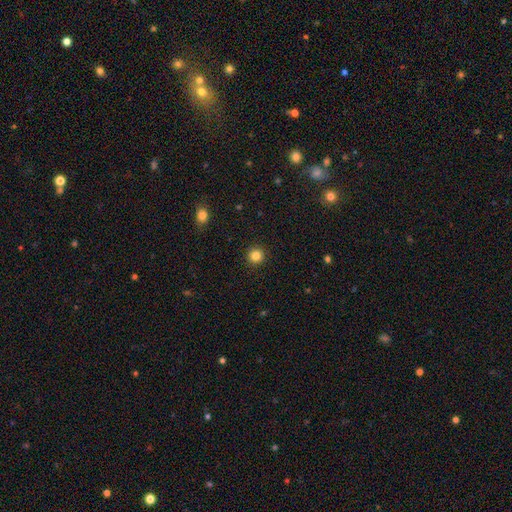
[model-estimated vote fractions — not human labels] Smooth or featured? Predicted: smooth (p=0.84). How rounded? Predicted: round (p=0.95). Merging? Predicted: none (p=0.93).